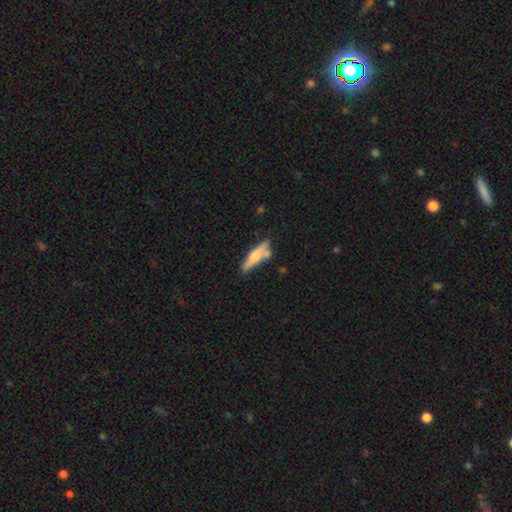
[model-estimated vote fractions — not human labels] Smooth or featured?
  - smooth: 52% *
  - featured or disk: 43%
  - star or artifact: 6%
How rounded?
  - cigar-shaped: 74% *
  - in between: 24%
  - round: 2%
Merging?
  - none: 60% *
  - minor disturbance: 18%
  - merger: 16%
  - major disturbance: 5%